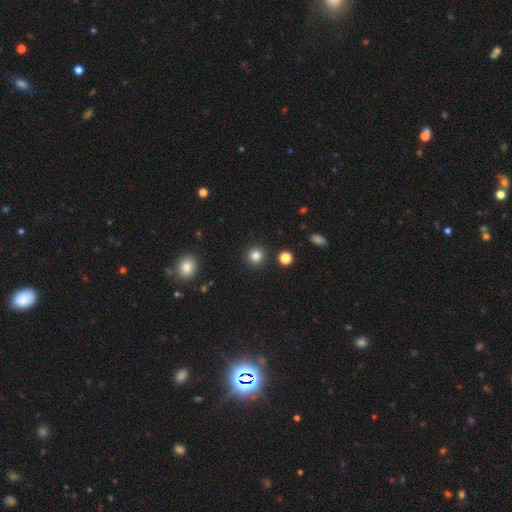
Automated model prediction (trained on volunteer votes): The model was most divided on "smooth or featured": smooth: 84%, star or artifact: 12%, featured or disk: 4%. More confident: how rounded — round (93%); merging — none (91%).